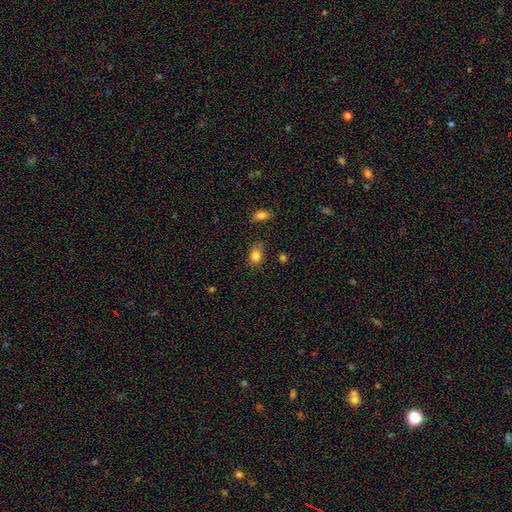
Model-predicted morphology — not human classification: The model was most divided on "how rounded": in between: 67%, round: 31%, cigar-shaped: 2%. More confident: smooth or featured — smooth (83%); merging — none (73%).